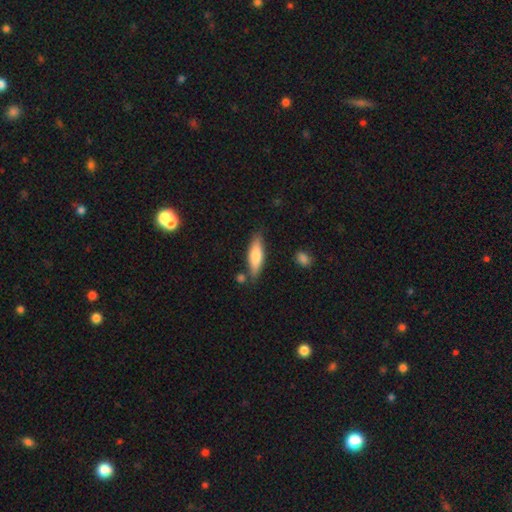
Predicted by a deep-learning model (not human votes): This is likely a smooth galaxy (73%). How rounded: possibly cigar-shaped (56%). Merging: likely none (76%).